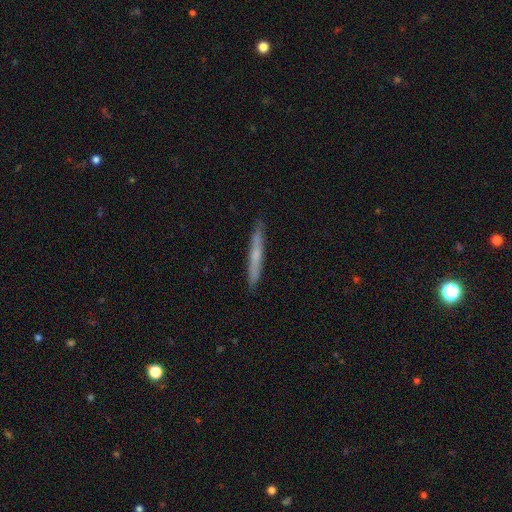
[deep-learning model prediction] Smooth or featured? smooth (52%)
How rounded? cigar-shaped (96%)
Merging? none (89%)